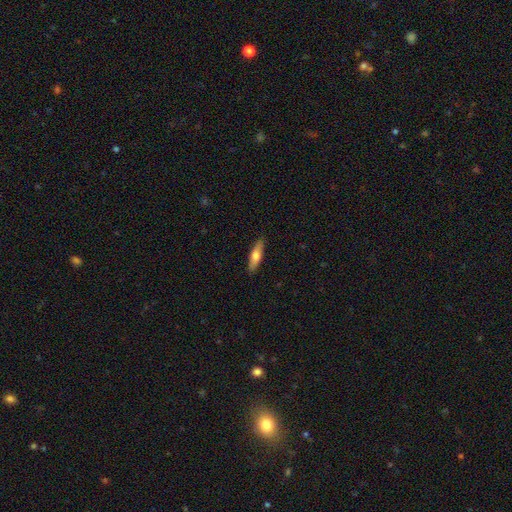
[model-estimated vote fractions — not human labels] smooth-or-featured: smooth: 64% | featured or disk: 31% | star or artifact: 6%
  how-rounded: cigar-shaped: 66% | in between: 32% | round: 2%
  merging: none: 89% | minor disturbance: 8% | major disturbance: 2% | merger: 1%